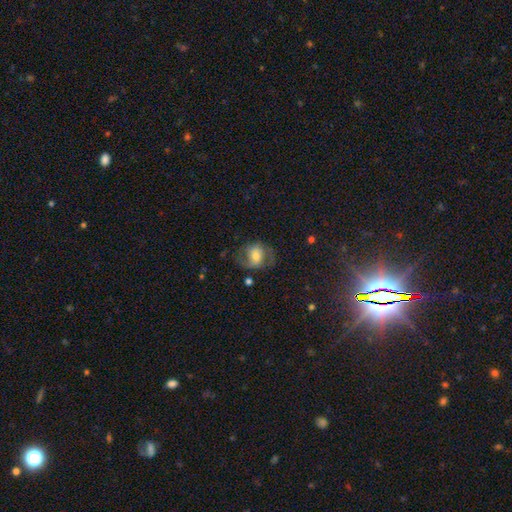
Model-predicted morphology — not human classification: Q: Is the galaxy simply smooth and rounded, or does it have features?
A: featured or disk — 59%.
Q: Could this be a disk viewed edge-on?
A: no — 97%.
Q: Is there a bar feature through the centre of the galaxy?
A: no — 49%.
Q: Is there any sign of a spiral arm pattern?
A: yes — 84%.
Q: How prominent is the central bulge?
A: moderate — 54%.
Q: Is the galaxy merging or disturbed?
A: none — 64%.